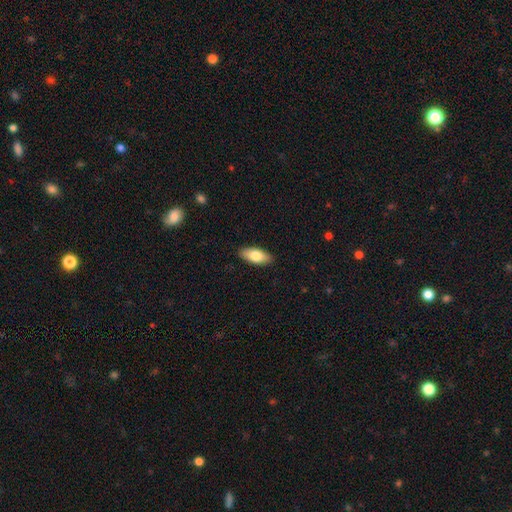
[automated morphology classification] smooth 78%, featured or disk 16%, star or artifact 6%. Down the decision tree: how rounded — in between (86%); merging — none (89%).